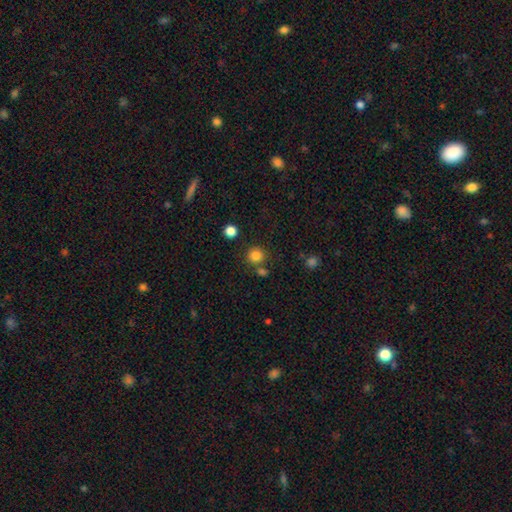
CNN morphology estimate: Overall: smooth (83%). How rounded: round (92%). Merging: none (76%).